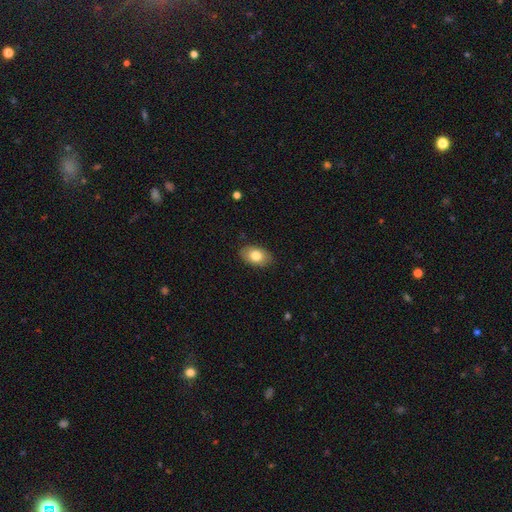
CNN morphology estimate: smooth-or-featured: smooth: 80% | featured or disk: 13% | star or artifact: 7%
  how-rounded: in between: 89% | round: 9% | cigar-shaped: 1%
  merging: none: 86% | minor disturbance: 11% | major disturbance: 2% | merger: 1%